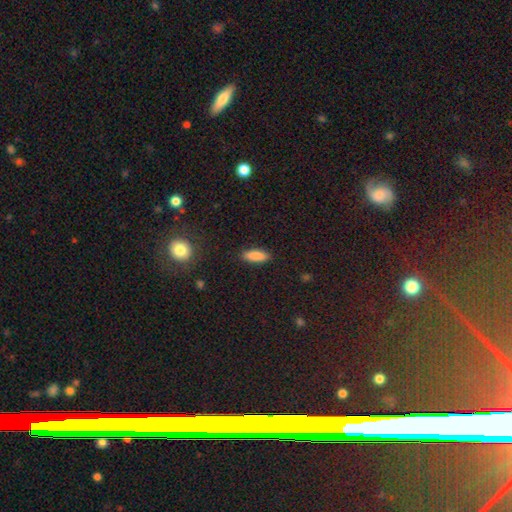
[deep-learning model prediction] This appears to be a smooth galaxy with no disk features (87%) that is in between round and cigar-shaped (63%). Merging: none (88%).